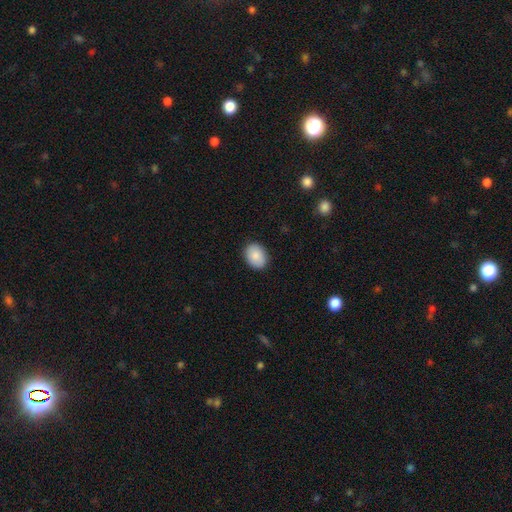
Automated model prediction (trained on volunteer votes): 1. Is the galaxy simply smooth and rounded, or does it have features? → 88% smooth, 7% star or artifact, 5% featured or disk.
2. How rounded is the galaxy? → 66% in between, 33% round, 1% cigar-shaped.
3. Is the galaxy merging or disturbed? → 89% none, 8% minor disturbance, 2% major disturbance, 1% merger.